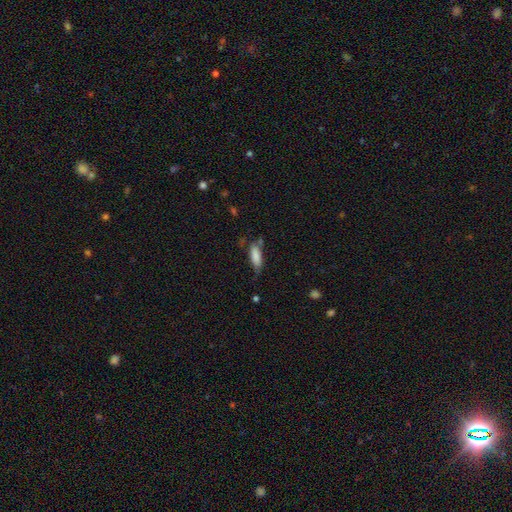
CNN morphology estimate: Q: Smooth or featured?
A: smooth (82%); runner-up: featured or disk (11%)
Q: How rounded?
A: in between (60%); runner-up: cigar-shaped (38%)
Q: Merging?
A: none (54%); runner-up: minor disturbance (30%)